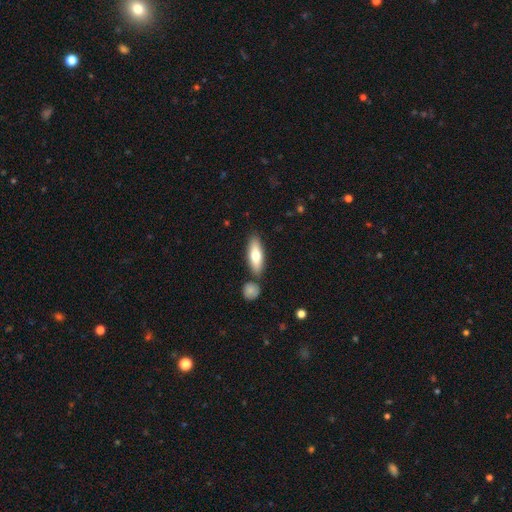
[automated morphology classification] This appears to be a smooth galaxy with no disk features (68%) that is in between round and cigar-shaped (60%). Merging: none (80%).